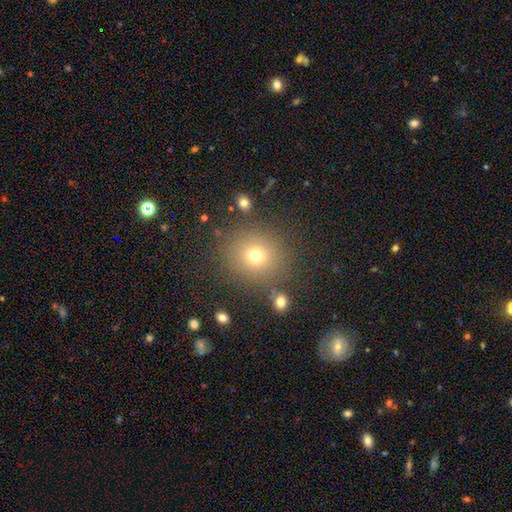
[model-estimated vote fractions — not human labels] Morphology: type=smooth (72%); roundness=round (84%); merging=none (84%).